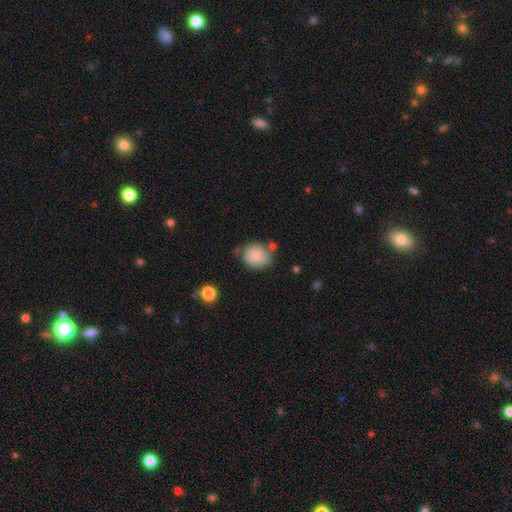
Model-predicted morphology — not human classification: Smooth or featured? smooth (79%)
How rounded? round (73%)
Merging? none (60%)